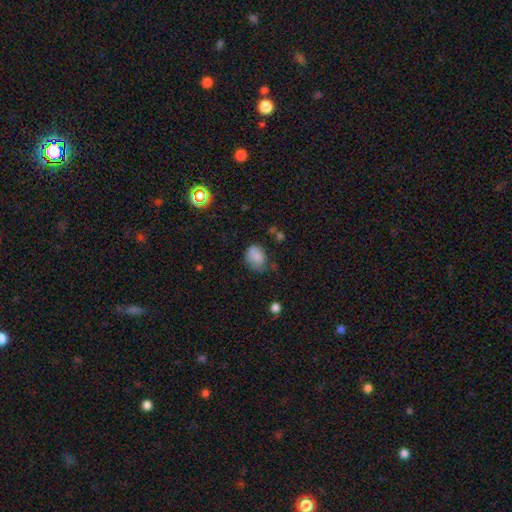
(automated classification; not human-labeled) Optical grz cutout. It shows a smooth galaxy with no disk features (78%) that is in between round and cigar-shaped (59%). Merging: none (46%).